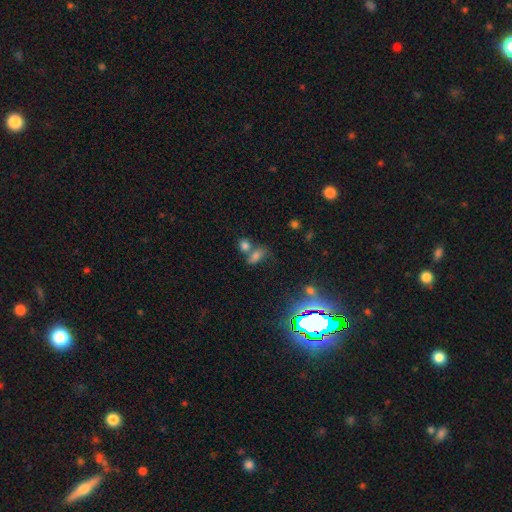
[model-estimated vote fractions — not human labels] A smooth galaxy with no disk features (67%) that is in between round and cigar-shaped (73%). Merging: merger (41%).